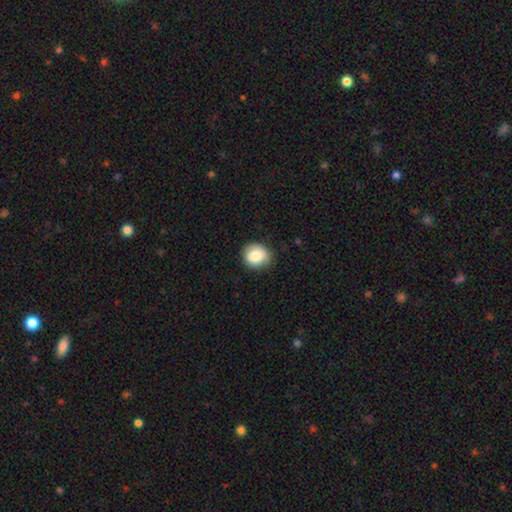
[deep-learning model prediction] A smooth galaxy with no disk features (85%) that is round (70%).

Vote fractions:
- Smooth or featured? smooth: 85% / featured or disk: 8% / star or artifact: 8%
- How rounded? round: 70% / in between: 29% / cigar-shaped: 1%
- Merging? none: 82% / minor disturbance: 14% / major disturbance: 3% / merger: 1%